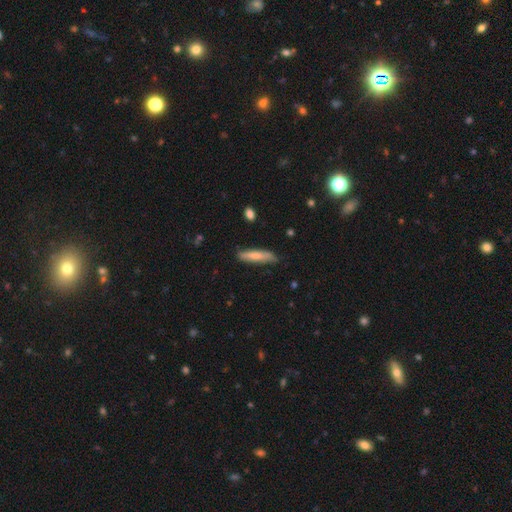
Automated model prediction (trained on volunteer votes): A smooth galaxy with no disk features (75%) that is cigar-shaped (82%).

Vote fractions:
- Smooth or featured? smooth: 75% / featured or disk: 19% / star or artifact: 6%
- How rounded? cigar-shaped: 82% / in between: 17% / round: 1%
- Merging? none: 77% / minor disturbance: 18% / major disturbance: 3% / merger: 2%